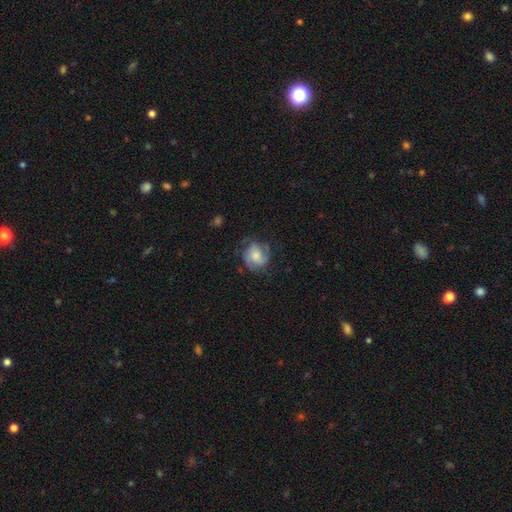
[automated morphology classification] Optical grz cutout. It shows a featured or disk galaxy (48%). Merging: none (60%).